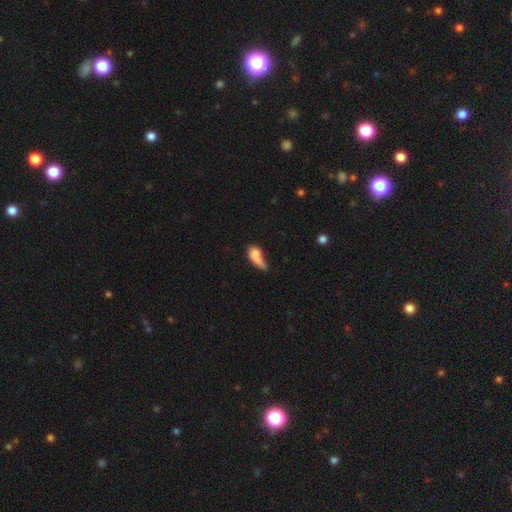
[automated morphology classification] This appears to be a smooth galaxy with no disk features (69%) that is in between round and cigar-shaped (68%). Merging: major disturbance (30%).